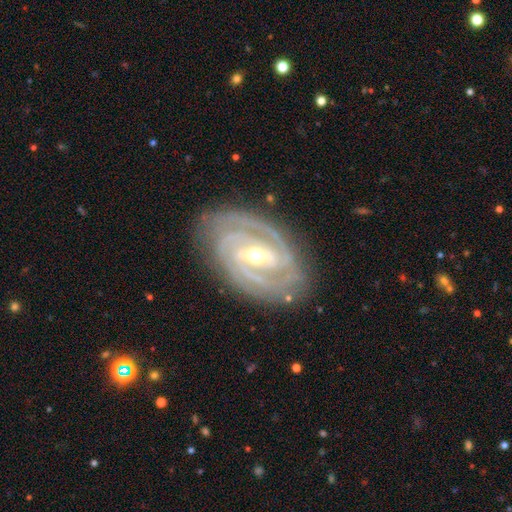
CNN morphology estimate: type=featured or disk (92%); edge-on=no (96%); bar=strong (47%); spiral arms=yes (98%); winding=tight (72%); arm count=2 (46%); bulge=moderate (53%); merging=none (82%).